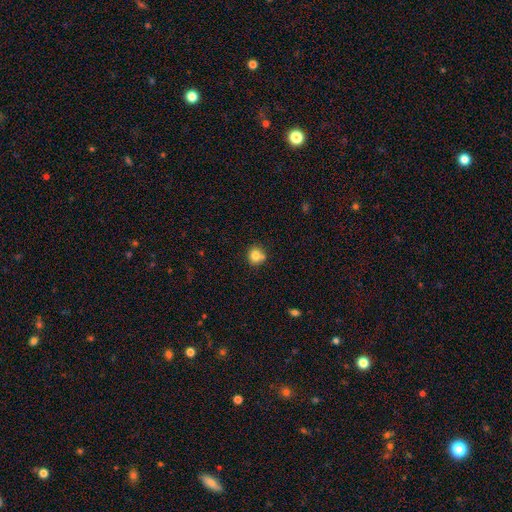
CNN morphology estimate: Q: Smooth or featured?
A: smooth (80%); runner-up: star or artifact (11%)
Q: How rounded?
A: round (88%); runner-up: in between (11%)
Q: Merging?
A: none (72%); runner-up: minor disturbance (13%)